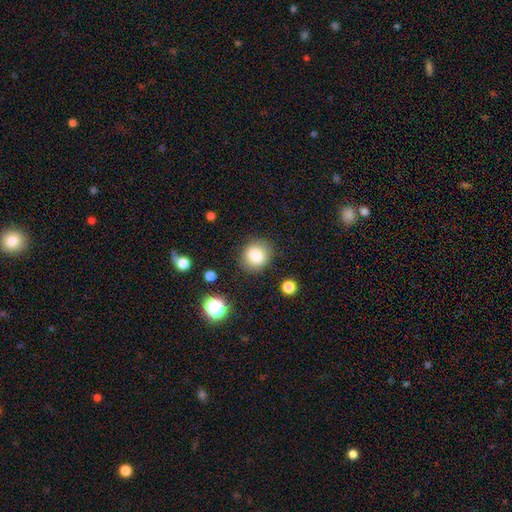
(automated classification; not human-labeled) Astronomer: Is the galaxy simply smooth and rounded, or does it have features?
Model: smooth — 84%.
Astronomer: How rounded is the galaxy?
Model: round — 82%.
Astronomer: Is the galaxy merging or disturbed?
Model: none — 85%.